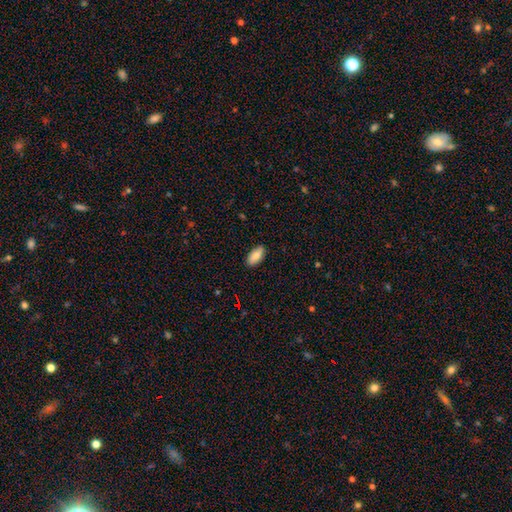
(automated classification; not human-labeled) This appears to be a smooth galaxy with no disk features (84%) that is in between round and cigar-shaped (90%). Merging: none (87%).